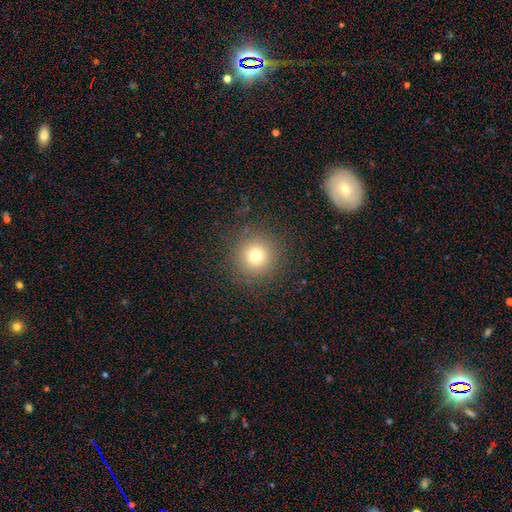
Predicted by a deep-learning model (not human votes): Smooth or featured? Predicted: smooth (p=0.75). How rounded? Predicted: round (p=0.95). Merging? Predicted: none (p=0.89).